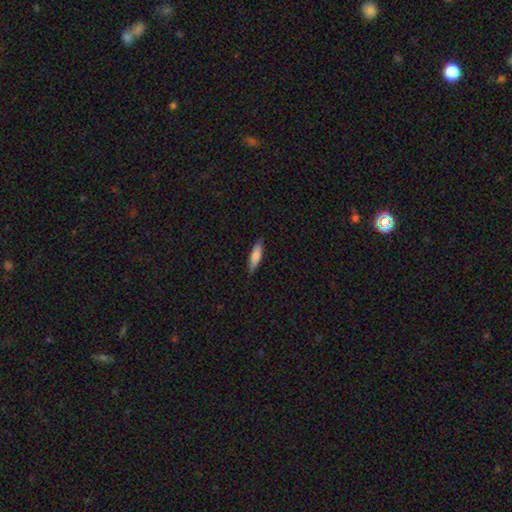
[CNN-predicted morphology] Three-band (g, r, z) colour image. It shows a smooth galaxy with no disk features (75%) that is cigar-shaped (69%). Merging: none (87%).